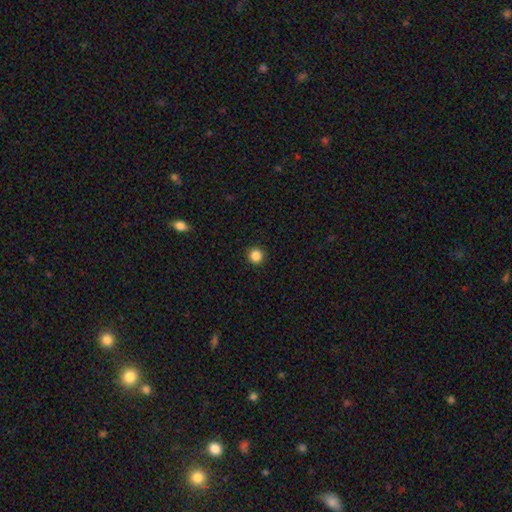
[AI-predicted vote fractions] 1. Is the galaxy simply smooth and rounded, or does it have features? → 87% smooth, 11% star or artifact, 3% featured or disk.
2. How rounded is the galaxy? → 95% round, 4% in between, 1% cigar-shaped.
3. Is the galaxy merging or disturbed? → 93% none, 4% minor disturbance, 2% major disturbance, 1% merger.